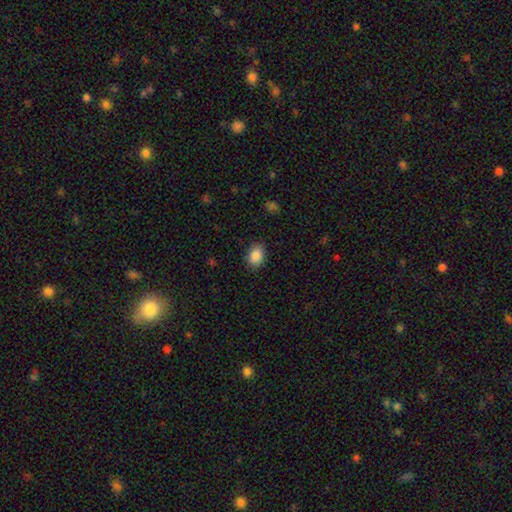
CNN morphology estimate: Smooth or featured? smooth (88%)
How rounded? in between (78%)
Merging? none (87%)